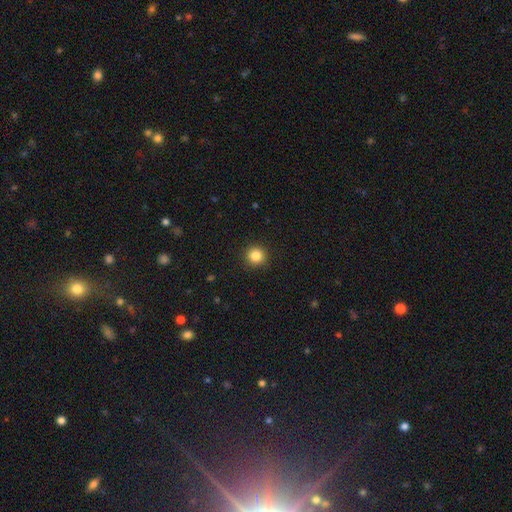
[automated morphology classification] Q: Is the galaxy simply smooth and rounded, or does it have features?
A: smooth — 85%.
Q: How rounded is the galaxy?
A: round — 95%.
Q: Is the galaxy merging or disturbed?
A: none — 93%.